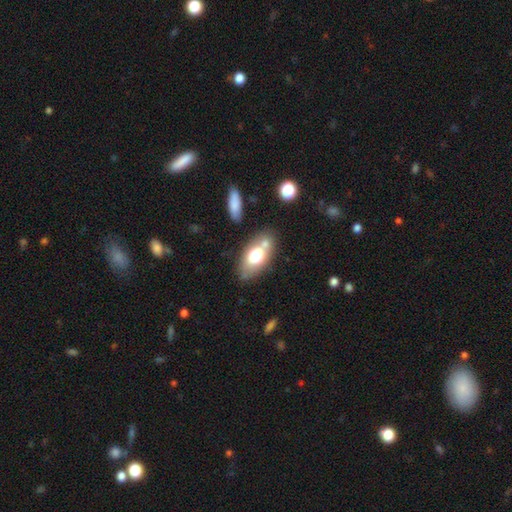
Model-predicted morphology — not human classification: type=smooth (67%); roundness=in between (88%); merging=none (59%).